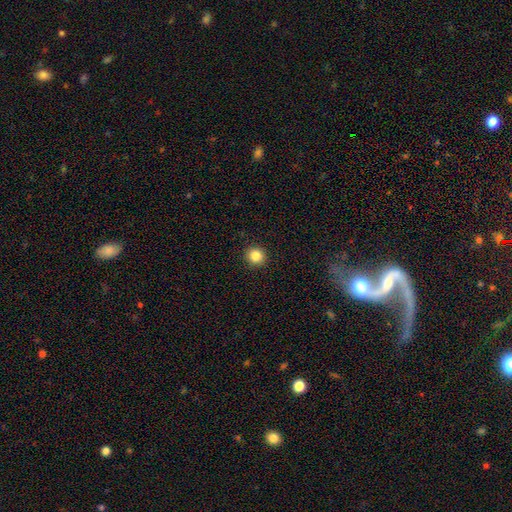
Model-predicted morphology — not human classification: This appears to be a smooth galaxy with no disk features (85%) that is round (93%). Merging: none (93%).